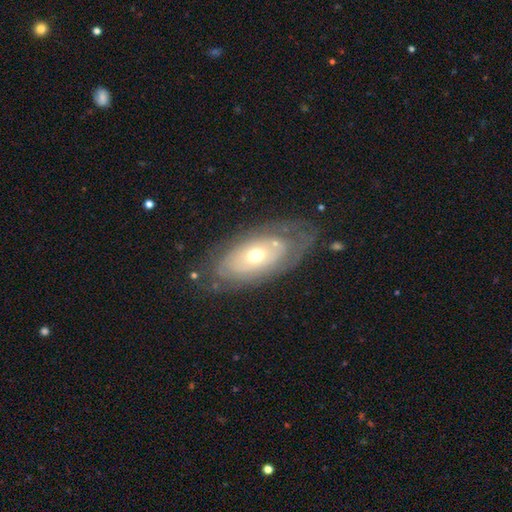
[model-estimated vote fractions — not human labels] Smooth or featured: featured or disk — 67% (smooth — 26%)
Edge-on disk: no — 89% (yes — 11%)
Bar: no — 87% (weak — 10%)
Spiral arms: no — 51% (yes — 49%)
Bulge size: moderate — 62% (small — 31%)
Merging: none — 67% (minor disturbance — 20%)